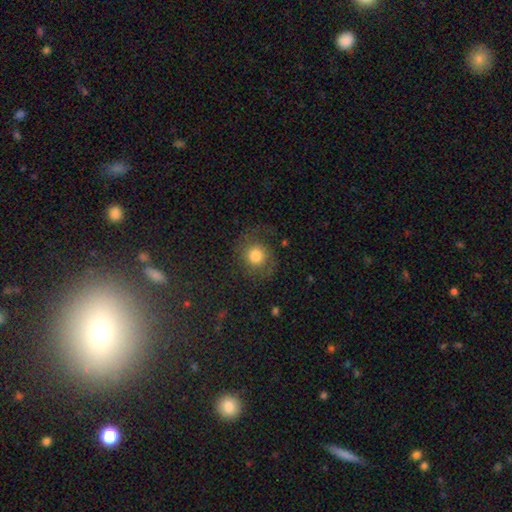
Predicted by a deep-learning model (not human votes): Overall: smooth (59%; featured or disk 28%). How rounded: round (87%). Merging: none (68%).